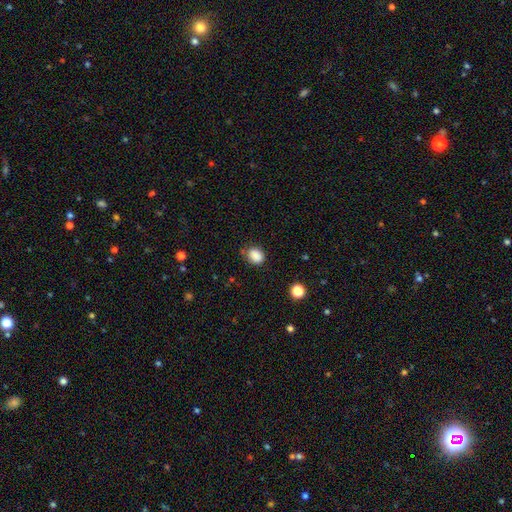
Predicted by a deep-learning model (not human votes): Smooth or featured: smooth — 87% (star or artifact — 10%)
How rounded: round — 51% (in between — 48%)
Merging: none — 75% (minor disturbance — 18%)